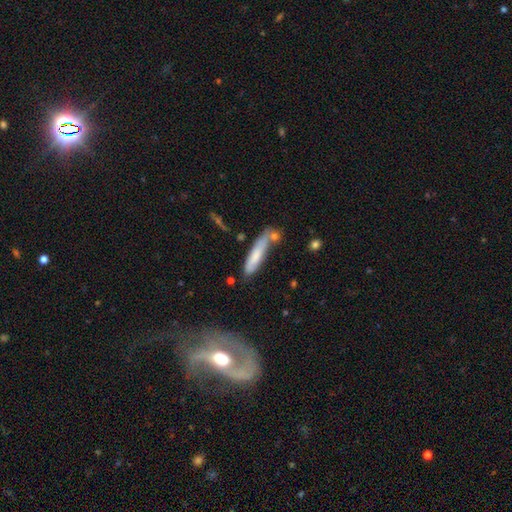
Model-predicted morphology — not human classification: smooth-or-featured: smooth: 70% | featured or disk: 23% | star or artifact: 7%
  how-rounded: cigar-shaped: 81% | in between: 17% | round: 1%
  merging: none: 56% | minor disturbance: 23% | merger: 15% | major disturbance: 7%